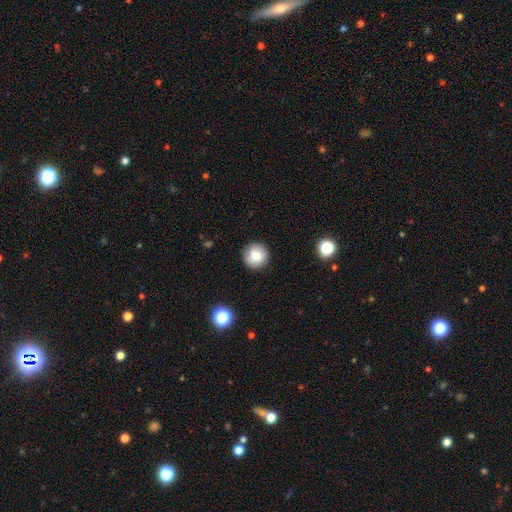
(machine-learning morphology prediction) This is likely a smooth galaxy (76%). How rounded: clearly round (94%). Merging: clearly none (89%).